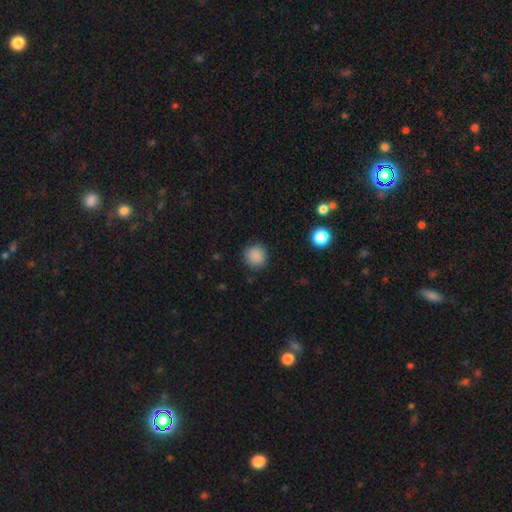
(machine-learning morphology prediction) Q: Smooth or featured?
A: smooth (87%); runner-up: star or artifact (10%)
Q: How rounded?
A: round (92%); runner-up: in between (7%)
Q: Merging?
A: none (89%); runner-up: minor disturbance (7%)